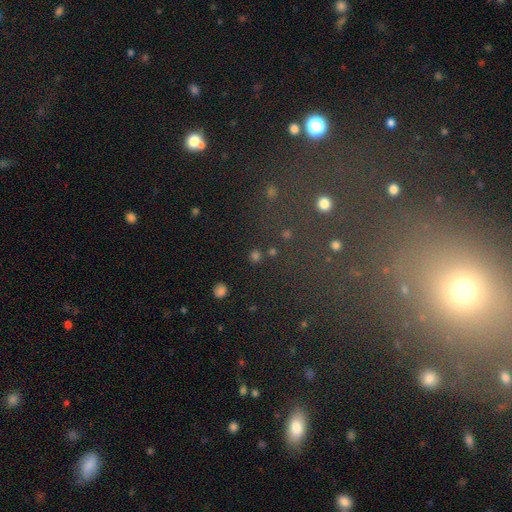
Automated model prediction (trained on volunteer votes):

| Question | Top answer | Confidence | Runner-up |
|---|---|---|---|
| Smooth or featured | smooth | 65% | star or artifact (27%) |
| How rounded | round | 90% | in between (9%) |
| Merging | none | 87% | minor disturbance (6%) |